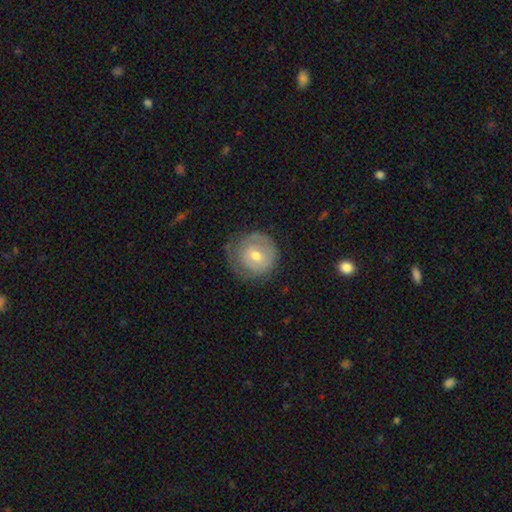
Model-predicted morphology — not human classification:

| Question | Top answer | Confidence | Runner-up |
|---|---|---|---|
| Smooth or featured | smooth | 47% | featured or disk (46%) |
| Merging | none | 61% | minor disturbance (26%) |